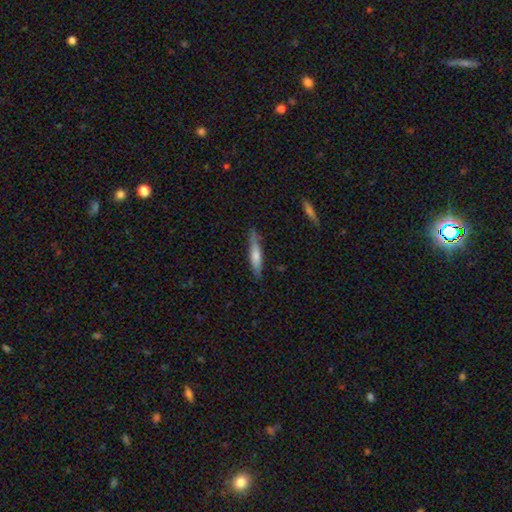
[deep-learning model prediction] smooth_or_featured: smooth (p=0.57) [alt: featured or disk p=0.37]
how_rounded: cigar-shaped (p=0.89) [alt: in between p=0.09]
merging: none (p=0.81) [alt: minor disturbance p=0.15]